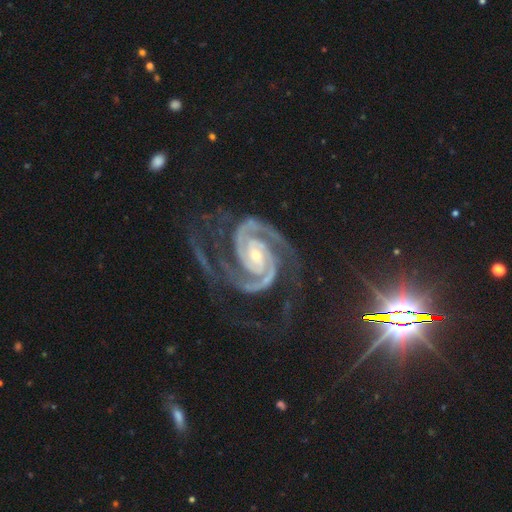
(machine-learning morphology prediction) smooth-or-featured: featured or disk: 93% | star or artifact: 4% | smooth: 2%
  disk-edge-on: no: 98% | yes: 2%
    bar: no: 45% | weak: 32% | strong: 23%
    has-spiral-arms: yes: 99% | no: 1%
      spiral-winding: tight: 61% | medium: 33% | loose: 5%
      spiral-arm-count: 2: 87% | 3: 5% | can't tell: 2% | 4: 2% | 1: 2% | more than 4: 2%
    bulge-size: small: 61% | moderate: 34% | large: 2% | none: 2% | dominant: 1%
  merging: none: 62% | minor disturbance: 19% | major disturbance: 17% | merger: 2%